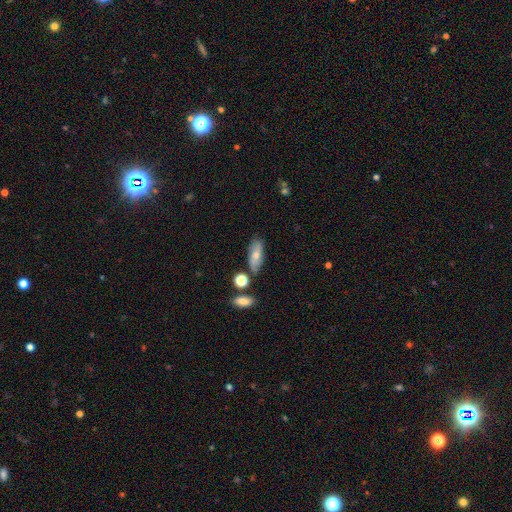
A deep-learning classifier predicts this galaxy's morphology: Smooth or featured?
  - smooth: 65% *
  - featured or disk: 27%
  - star or artifact: 8%
How rounded?
  - in between: 70% *
  - cigar-shaped: 26%
  - round: 4%
Merging?
  - none: 74% *
  - minor disturbance: 16%
  - merger: 6%
  - major disturbance: 4%